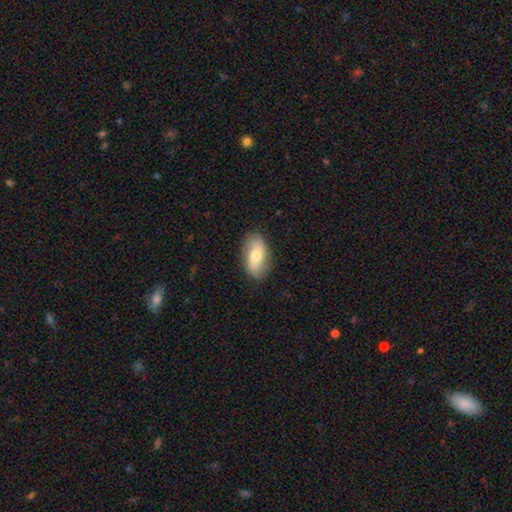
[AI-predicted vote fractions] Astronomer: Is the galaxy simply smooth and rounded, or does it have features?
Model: smooth — 52% (runner-up: featured or disk, 42%).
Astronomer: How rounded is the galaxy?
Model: in between — 90%.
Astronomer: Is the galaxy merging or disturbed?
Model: none — 83%.